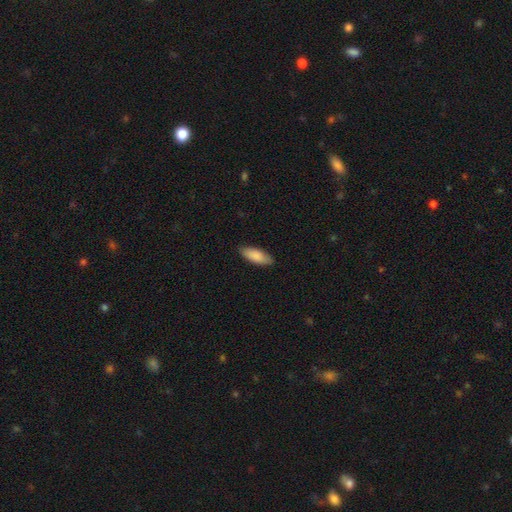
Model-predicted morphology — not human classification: This appears to be a smooth galaxy with no disk features (87%) that is in between round and cigar-shaped (73%). Merging: none (87%).